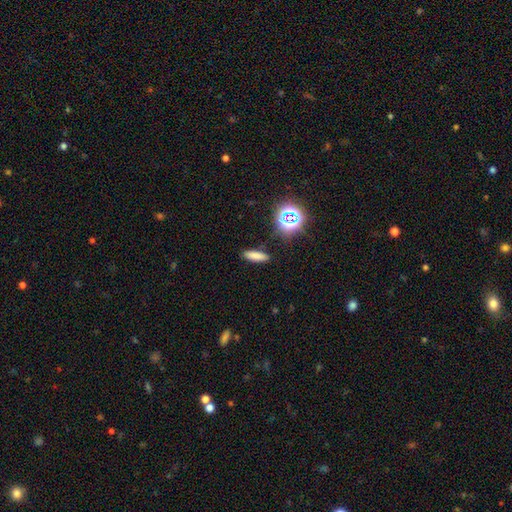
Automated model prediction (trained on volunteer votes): Q: Smooth or featured?
A: smooth (75%); runner-up: star or artifact (16%)
Q: How rounded?
A: cigar-shaped (59%); runner-up: in between (37%)
Q: Merging?
A: none (88%); runner-up: minor disturbance (8%)